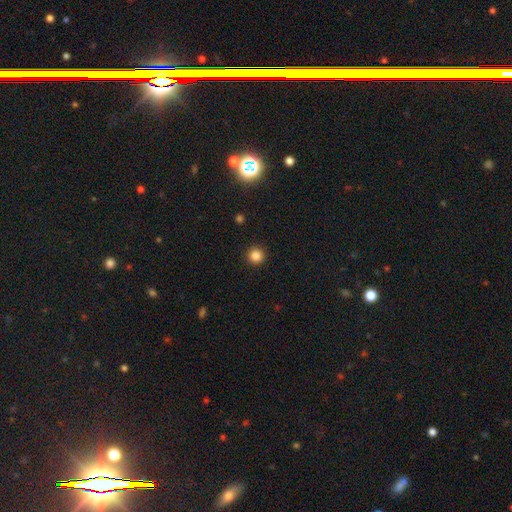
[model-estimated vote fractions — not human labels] This appears to be a smooth galaxy with no disk features (84%) that is round (96%). Merging: none (92%).